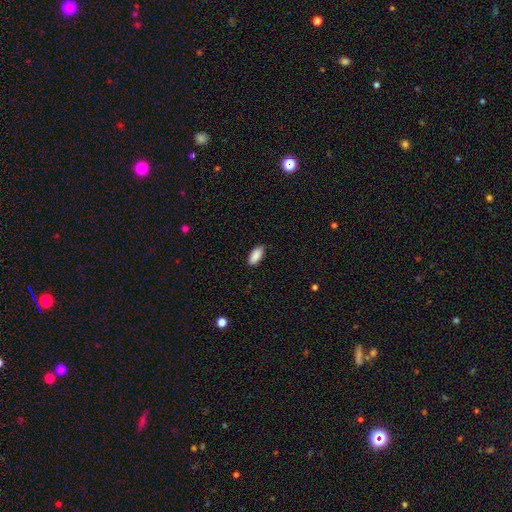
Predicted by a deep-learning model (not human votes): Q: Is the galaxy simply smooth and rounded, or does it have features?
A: smooth — 90%.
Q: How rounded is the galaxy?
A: in between — 92%.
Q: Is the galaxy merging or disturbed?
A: none — 85%.